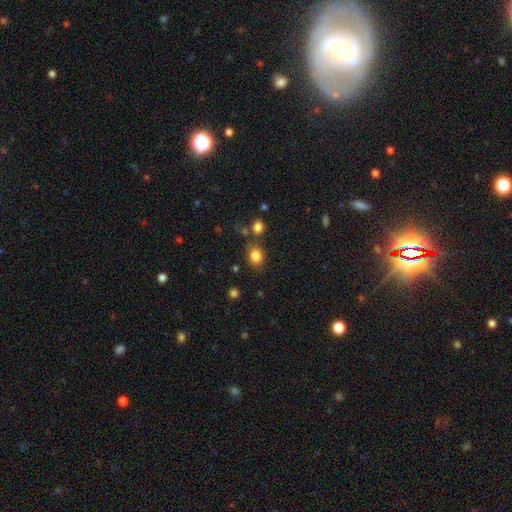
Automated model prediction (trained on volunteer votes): Smooth or featured? Predicted: smooth (p=0.84). How rounded? Predicted: round (p=0.50). Merging? Predicted: none (p=0.73).